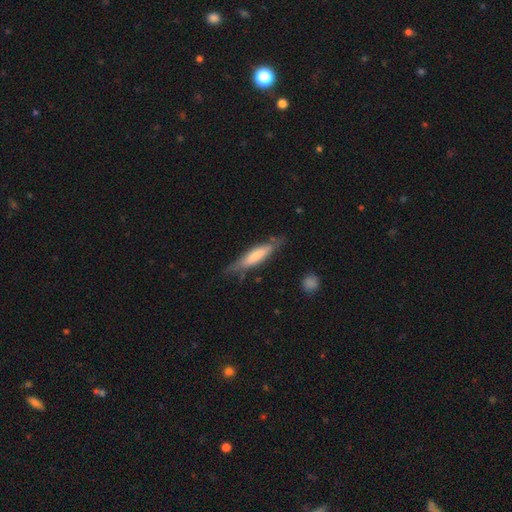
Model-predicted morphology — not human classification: The model was most divided on "smooth or featured": smooth: 59%, featured or disk: 35%, star or artifact: 6%. More confident: how rounded — cigar-shaped (80%); merging — none (68%).